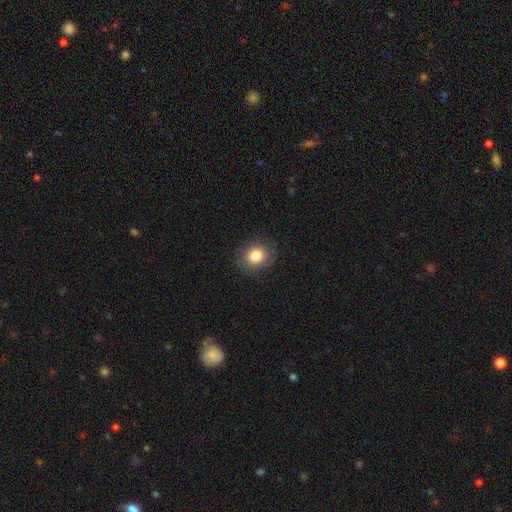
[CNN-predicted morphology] Smooth or featured? Predicted: smooth (p=0.85). How rounded? Predicted: round (p=0.69). Merging? Predicted: none (p=0.86).